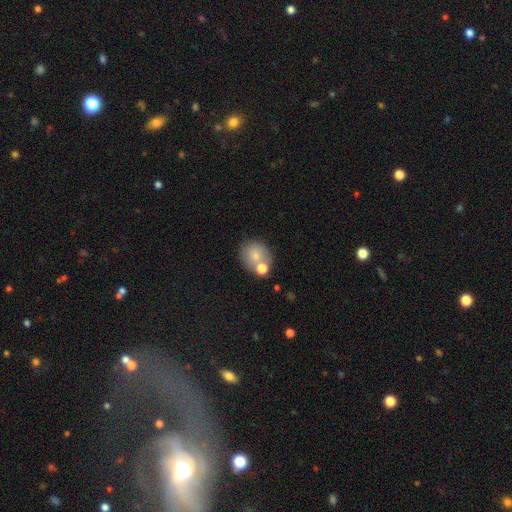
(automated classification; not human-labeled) smooth_or_featured: smooth (p=0.74) [alt: featured or disk p=0.16]
how_rounded: round (p=0.73) [alt: in between p=0.26]
merging: none (p=0.56) [alt: merger p=0.28]